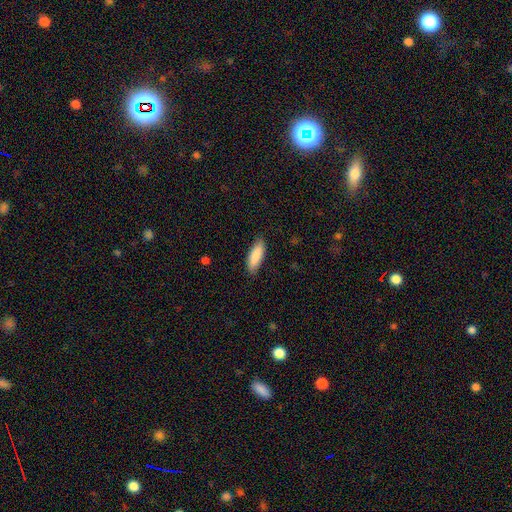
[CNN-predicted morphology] Smooth or featured: smooth — 88% (featured or disk — 6%)
How rounded: in between — 64% (cigar-shaped — 35%)
Merging: none — 85% (minor disturbance — 12%)